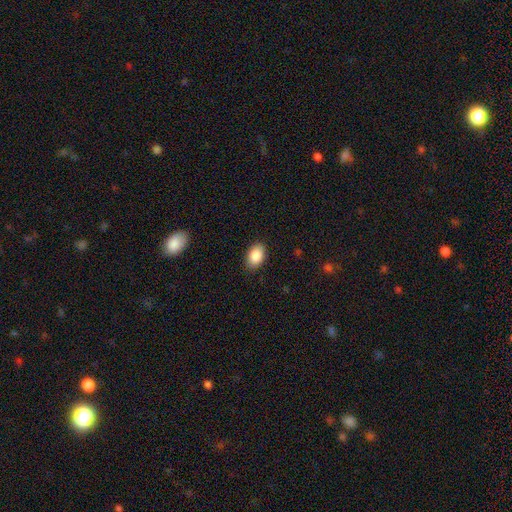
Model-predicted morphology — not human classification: Smooth or featured: smooth — 88% (star or artifact — 7%)
How rounded: in between — 87% (round — 12%)
Merging: none — 87% (minor disturbance — 10%)